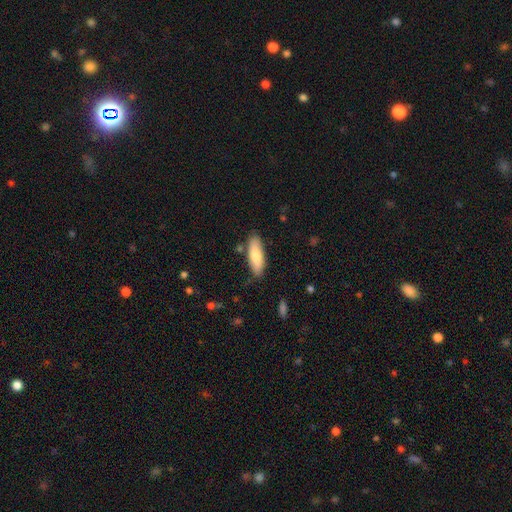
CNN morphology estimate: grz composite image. It shows a smooth galaxy with no disk features (77%) that is in between round and cigar-shaped (59%). Merging: none (83%).